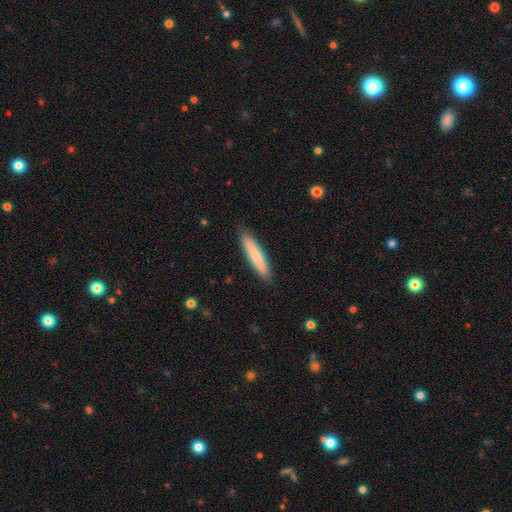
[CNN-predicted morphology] Overall: smooth (77%). How rounded: cigar-shaped (88%). Merging: none (89%).